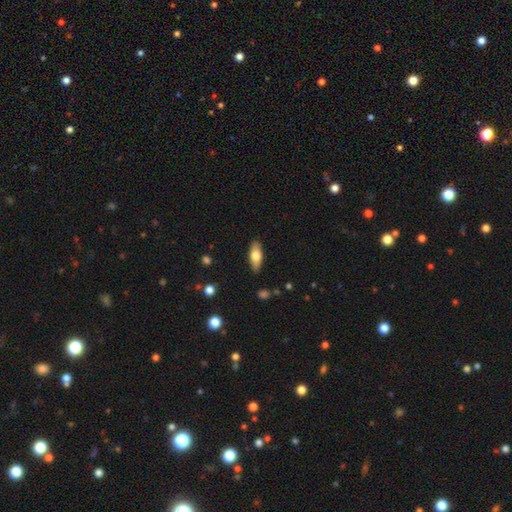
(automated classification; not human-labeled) This appears to be a smooth galaxy with no disk features (68%) that is in between round and cigar-shaped (74%). Merging: none (87%).